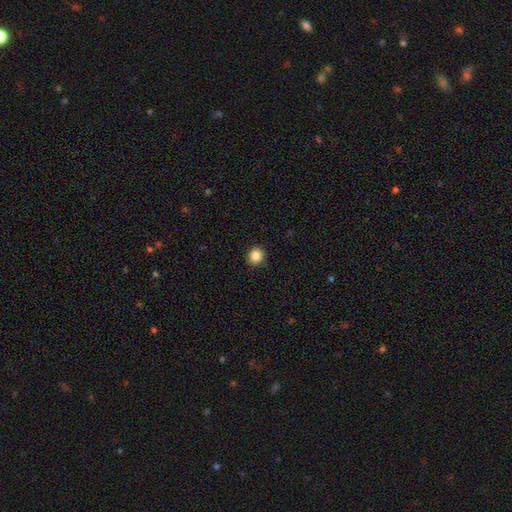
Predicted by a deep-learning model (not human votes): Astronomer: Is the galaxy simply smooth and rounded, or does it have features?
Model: smooth — 86%.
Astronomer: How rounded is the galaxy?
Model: round — 90%.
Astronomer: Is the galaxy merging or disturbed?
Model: none — 90%.